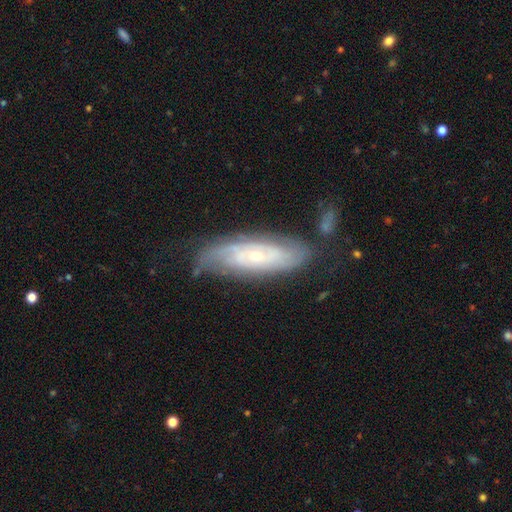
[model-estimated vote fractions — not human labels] This appears to be a featured or disk galaxy (75%) with no bar (68%), tight (63%) spiral arms (90%) and a small central bulge (70%). Merging: none (68%).